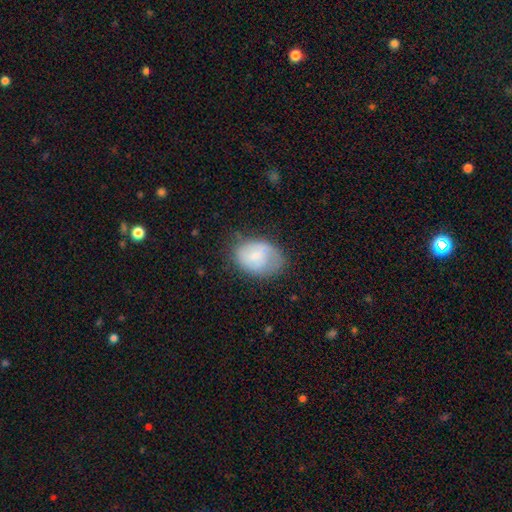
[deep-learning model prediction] A smooth galaxy with no disk features (67%) that is in between round and cigar-shaped (75%). Merging: none (53%).